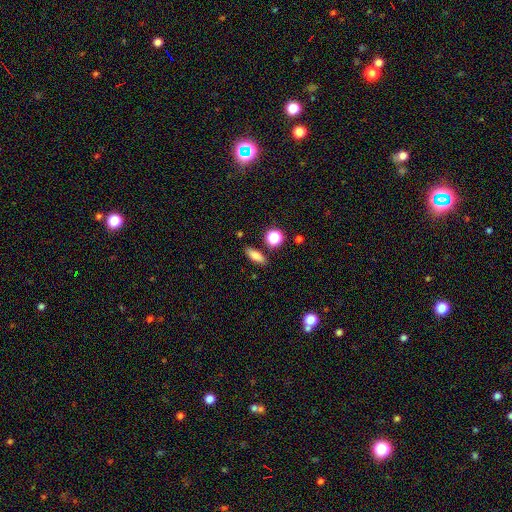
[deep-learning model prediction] This appears to be a smooth galaxy with no disk features (79%) that is in between round and cigar-shaped (63%). Merging: none (84%).